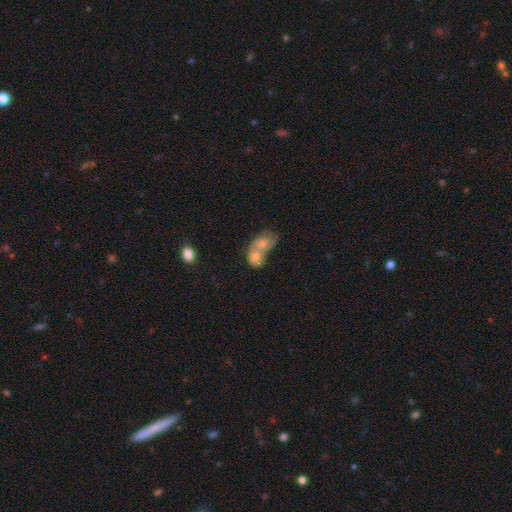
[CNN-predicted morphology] smooth_or_featured: smooth (p=0.67) [alt: featured or disk p=0.24]
how_rounded: in between (p=0.68) [alt: round p=0.30]
merging: merger (p=0.77) [alt: none p=0.13]